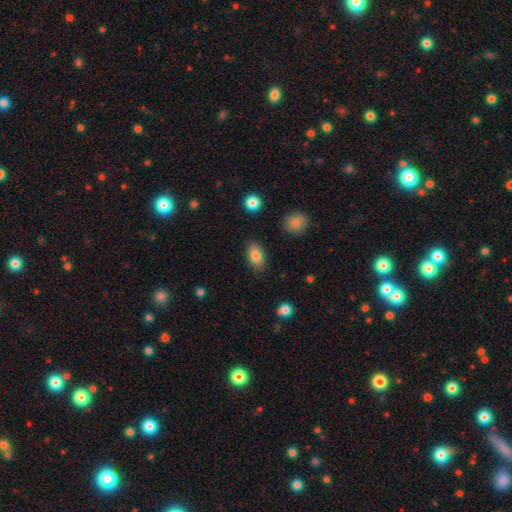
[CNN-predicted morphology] type=smooth (83%); roundness=in between (90%); merging=none (86%).